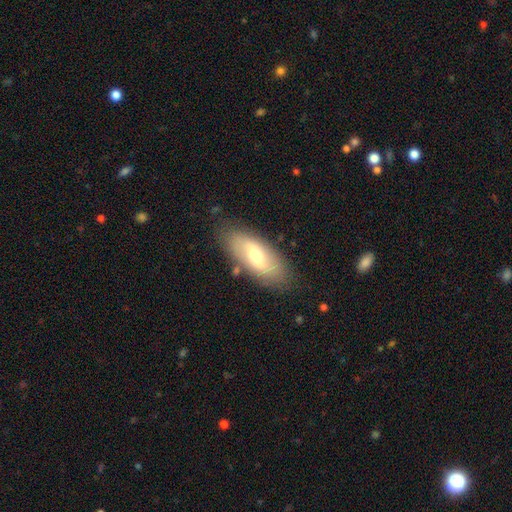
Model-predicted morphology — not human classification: Smooth or featured?
  - smooth: 48% *
  - featured or disk: 45%
  - star or artifact: 6%
Merging?
  - none: 82% *
  - minor disturbance: 13%
  - major disturbance: 3%
  - merger: 2%